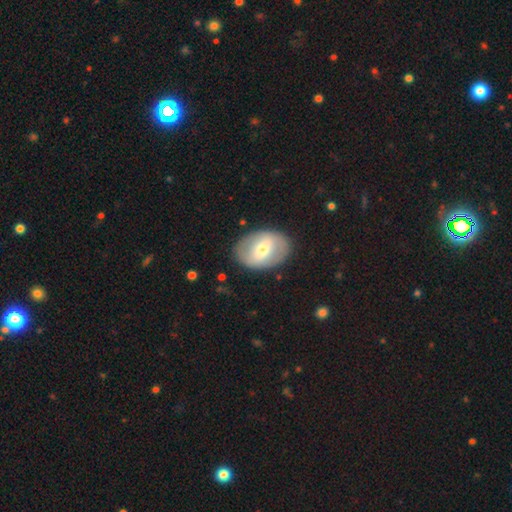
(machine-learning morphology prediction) Smooth or featured? featured or disk (51%)
Edge-on disk? no (92%)
Merging? none (84%)